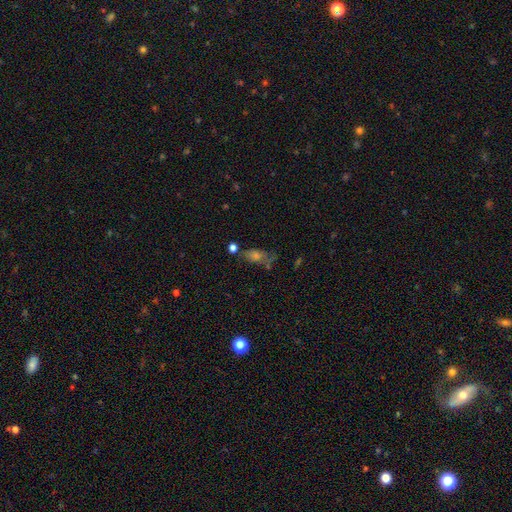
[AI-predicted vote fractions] smooth 50%, star or artifact 26%, featured or disk 25%. Down the decision tree: merging — none (51%).